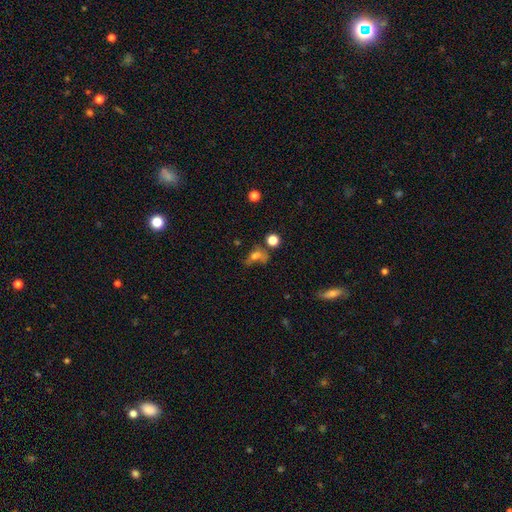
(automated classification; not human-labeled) Smooth or featured? smooth (58%)
How rounded? in between (61%)
Merging? none (31%, tied with major disturbance)